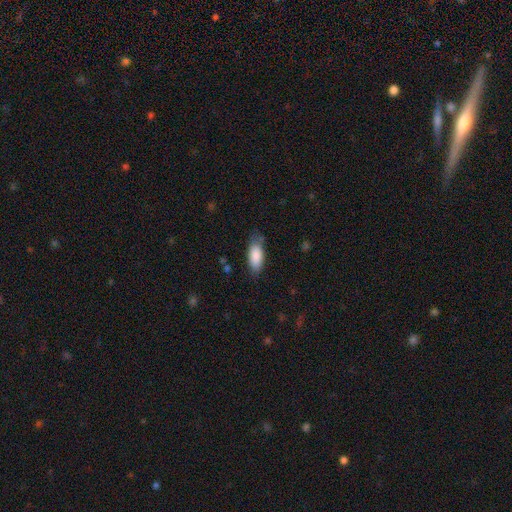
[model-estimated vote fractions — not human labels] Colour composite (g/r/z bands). It shows a smooth galaxy with no disk features (87%) that is in between round and cigar-shaped (84%). Merging: none (69%).